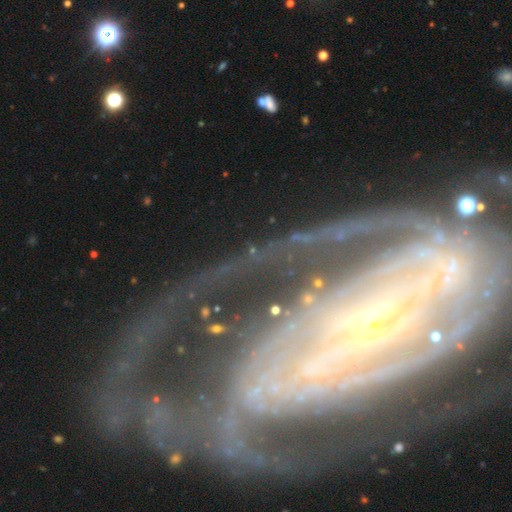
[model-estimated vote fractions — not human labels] smooth-or-featured: featured or disk: 87% | star or artifact: 7% | smooth: 6%
  disk-edge-on: no: 94% | yes: 6%
    bar: strong: 49% | weak: 27% | no: 25%
    has-spiral-arms: yes: 94% | no: 6%
      spiral-winding: tight: 51% | medium: 35% | loose: 14%
      spiral-arm-count: 2: 43% | can't tell: 19% | 3: 15% | 4: 9% | 1: 8% | more than 4: 7%
    bulge-size: small: 82% | moderate: 13% | none: 2% | large: 2% | dominant: 1%
  merging: none: 52% | major disturbance: 26% | minor disturbance: 16% | merger: 5%